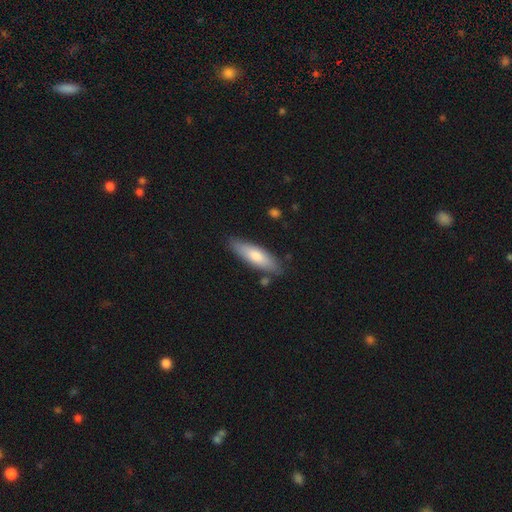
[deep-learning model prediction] smooth-or-featured: smooth: 72% | featured or disk: 23% | star or artifact: 5%
  how-rounded: cigar-shaped: 57% | in between: 41% | round: 2%
  merging: none: 82% | minor disturbance: 12% | merger: 3% | major disturbance: 2%